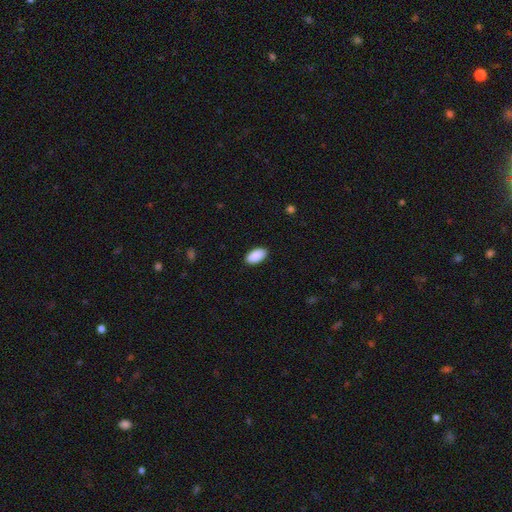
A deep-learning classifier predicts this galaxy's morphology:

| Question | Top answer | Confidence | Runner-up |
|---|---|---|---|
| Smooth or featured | smooth | 91% | star or artifact (6%) |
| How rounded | in between | 95% | round (3%) |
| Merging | none | 89% | minor disturbance (8%) |